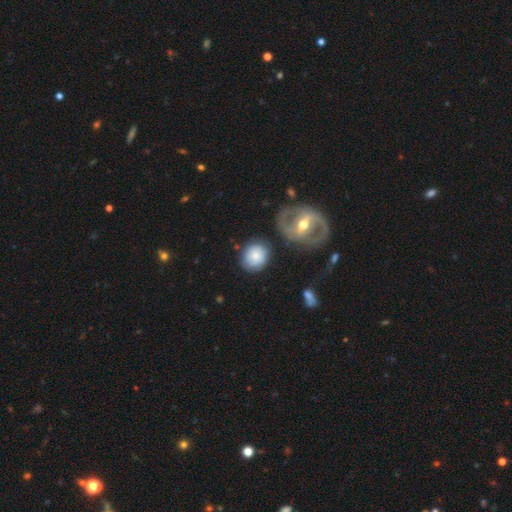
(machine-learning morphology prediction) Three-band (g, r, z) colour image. It shows a smooth galaxy with no disk features (74%) that is round (77%). Merging: none (74%).